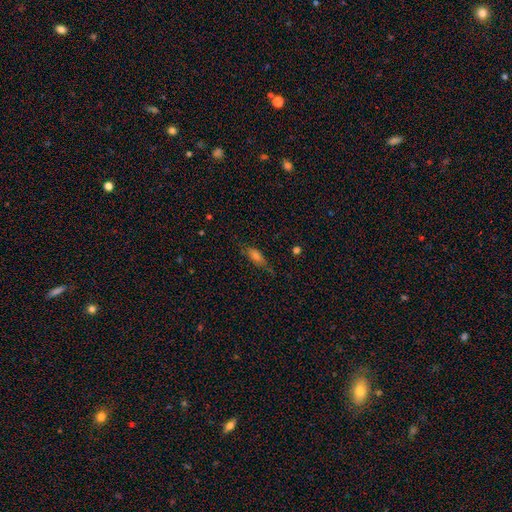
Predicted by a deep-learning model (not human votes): A smooth galaxy with no disk features (60%) that is in between round and cigar-shaped (60%).

Vote fractions:
- Smooth or featured? smooth: 60% / featured or disk: 27% / star or artifact: 13%
- How rounded? in between: 60% / cigar-shaped: 36% / round: 4%
- Merging? none: 69% / minor disturbance: 22% / major disturbance: 7% / merger: 2%